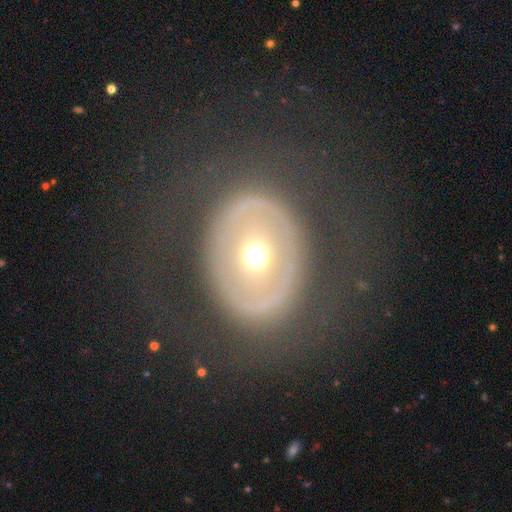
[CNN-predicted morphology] featured or disk 62%, smooth 28%, star or artifact 10%. Down the decision tree: edge-on disk — no (93%); bar — no (81%); spiral arms — no (75%); bulge size — moderate (75%); merging — none (73%).